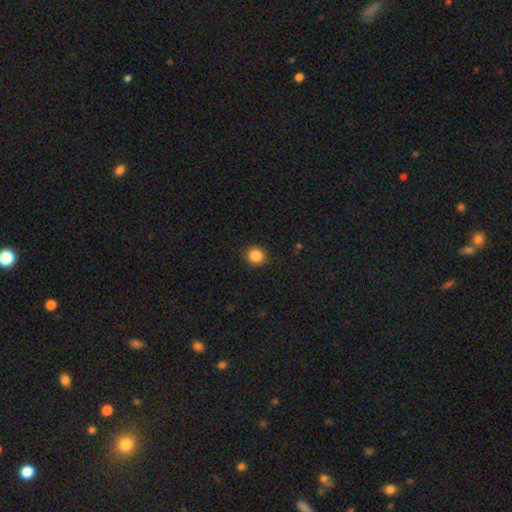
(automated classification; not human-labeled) A smooth galaxy with no disk features (86%) that is round (93%). Merging: none (91%).